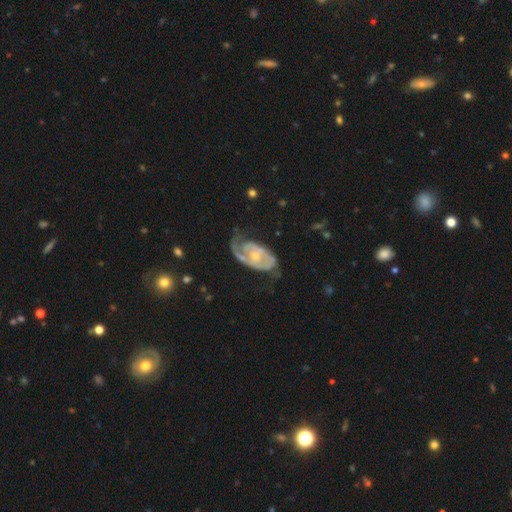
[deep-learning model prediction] Overall: featured or disk (85%). Edge-on disk: no (96%). Bar: no (66%; weak 28%). Spiral arms: yes (93%). Spiral arm count: 2 (61%). Spiral winding: tight (47%; medium 38%). Bulge size: small (57%; moderate 37%). Merging: none (51%; minor disturbance 26%).